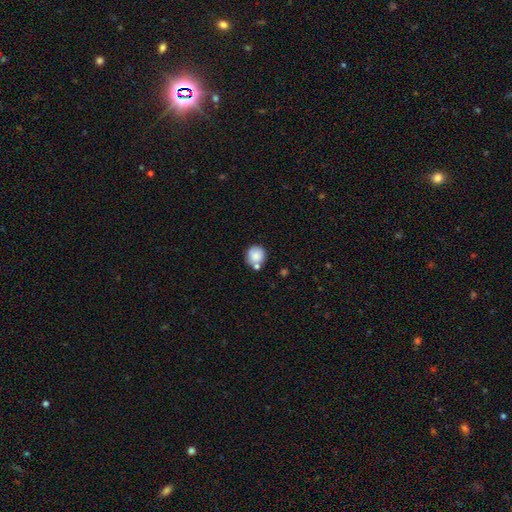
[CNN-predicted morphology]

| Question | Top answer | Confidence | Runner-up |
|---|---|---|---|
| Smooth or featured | smooth | 83% | featured or disk (9%) |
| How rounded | round | 91% | in between (8%) |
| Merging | none | 65% | merger (18%) |